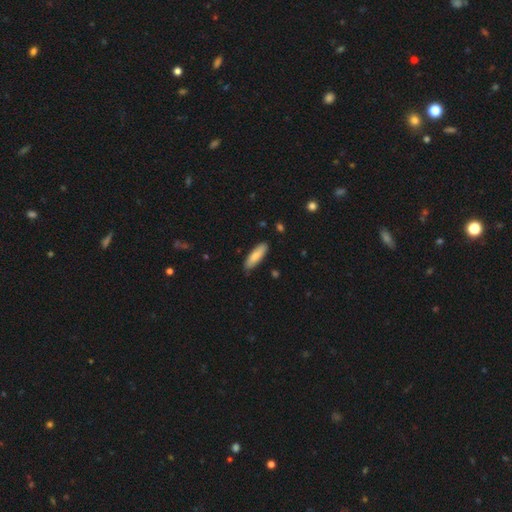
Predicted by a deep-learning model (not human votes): A smooth galaxy with no disk features (82%) that is cigar-shaped (50%). Merging: none (86%).